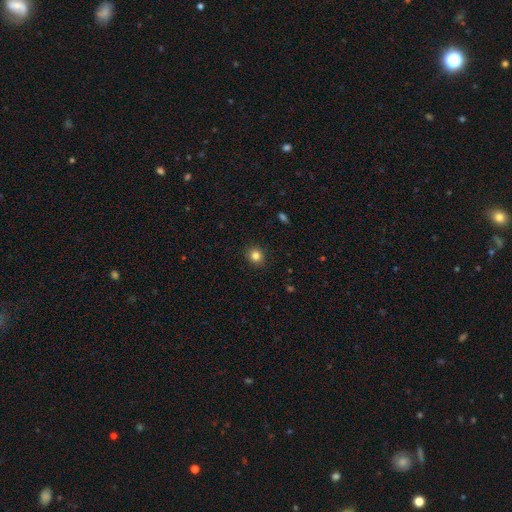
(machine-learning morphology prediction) Smooth or featured?
  - smooth: 83% *
  - star or artifact: 12%
  - featured or disk: 6%
How rounded?
  - round: 81% *
  - in between: 18%
  - cigar-shaped: 1%
Merging?
  - none: 90% *
  - minor disturbance: 7%
  - major disturbance: 2%
  - merger: 1%